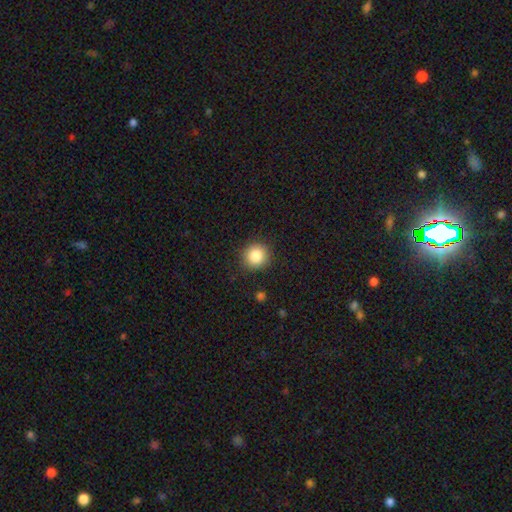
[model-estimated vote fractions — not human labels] smooth-or-featured: smooth: 85% | star or artifact: 10% | featured or disk: 5%
  how-rounded: round: 92% | in between: 7% | cigar-shaped: 1%
  merging: none: 89% | minor disturbance: 7% | major disturbance: 2% | merger: 1%